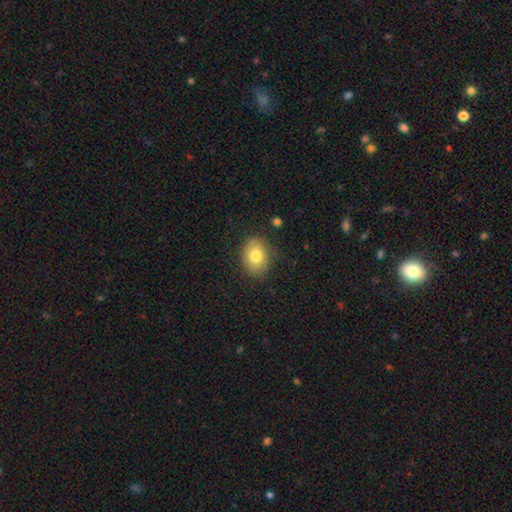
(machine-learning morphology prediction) The model was most divided on "how rounded": in between: 67%, round: 32%, cigar-shaped: 1%. More confident: merging — none (82%); smooth or featured — smooth (78%).